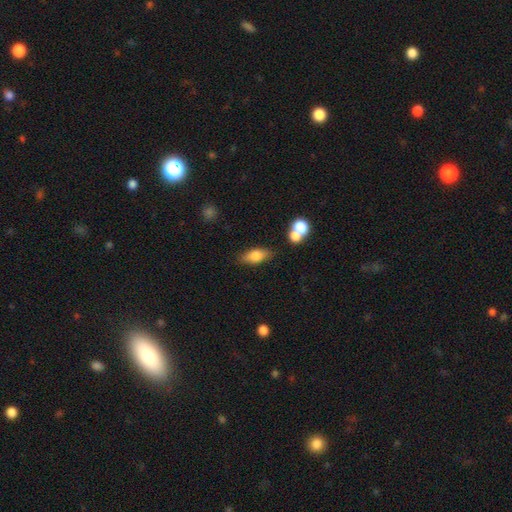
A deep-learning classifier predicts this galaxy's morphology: Smooth or featured?
  - smooth: 74% *
  - featured or disk: 18%
  - star or artifact: 8%
How rounded?
  - in between: 81% *
  - cigar-shaped: 14%
  - round: 5%
Merging?
  - none: 76% *
  - minor disturbance: 13%
  - merger: 8%
  - major disturbance: 4%